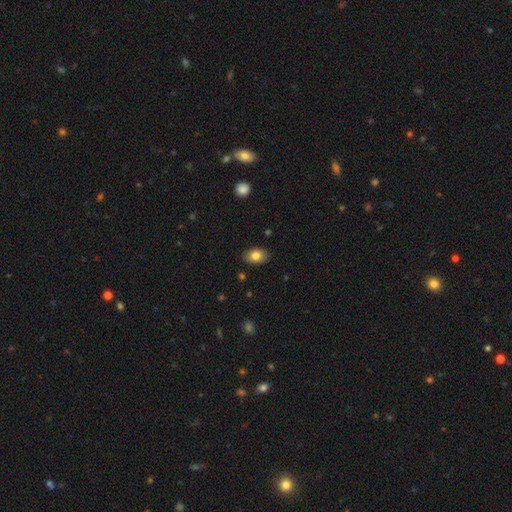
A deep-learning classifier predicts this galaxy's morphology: smooth-or-featured: smooth: 82% | featured or disk: 10% | star or artifact: 8%
  how-rounded: in between: 83% | round: 15% | cigar-shaped: 1%
  merging: none: 86% | minor disturbance: 11% | major disturbance: 2% | merger: 1%